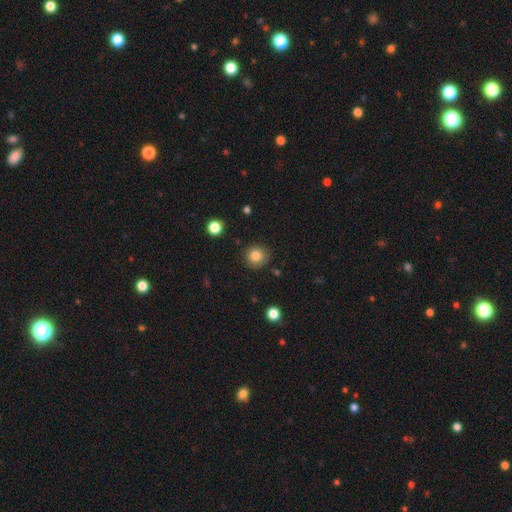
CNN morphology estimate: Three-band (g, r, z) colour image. It shows a smooth galaxy with no disk features (84%) that is round (92%). Merging: none (86%).